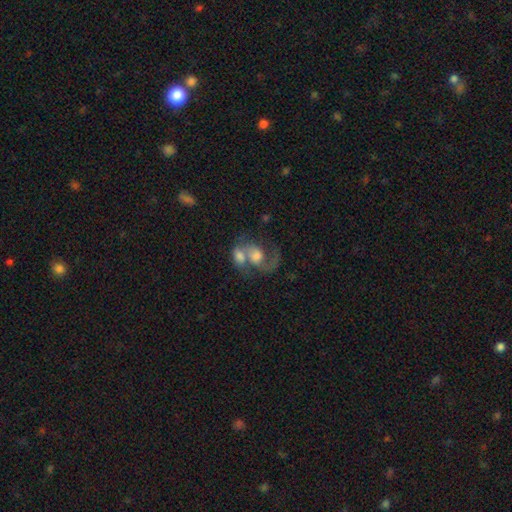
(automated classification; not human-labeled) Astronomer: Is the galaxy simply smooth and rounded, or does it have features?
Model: featured or disk — 54% (runner-up: smooth, 37%).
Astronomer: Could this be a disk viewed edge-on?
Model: no — 97%.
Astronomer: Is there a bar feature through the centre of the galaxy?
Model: no — 70%.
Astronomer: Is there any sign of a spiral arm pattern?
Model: yes — 70%.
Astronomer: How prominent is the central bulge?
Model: moderate — 40% (runner-up: large, 31%).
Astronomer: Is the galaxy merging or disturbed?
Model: merger — 70%.